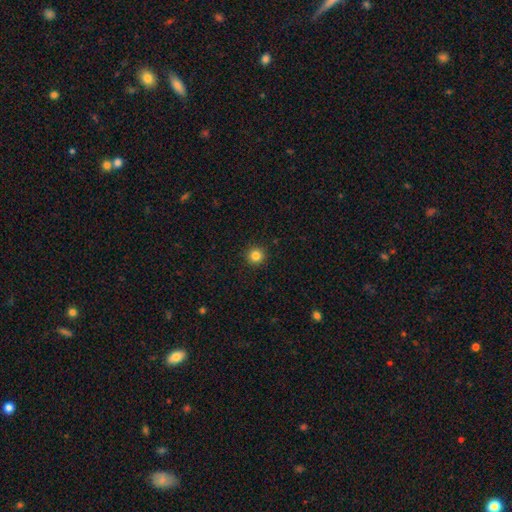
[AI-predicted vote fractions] smooth 84%, star or artifact 12%, featured or disk 5%. Down the decision tree: how rounded — round (95%); merging — none (92%).